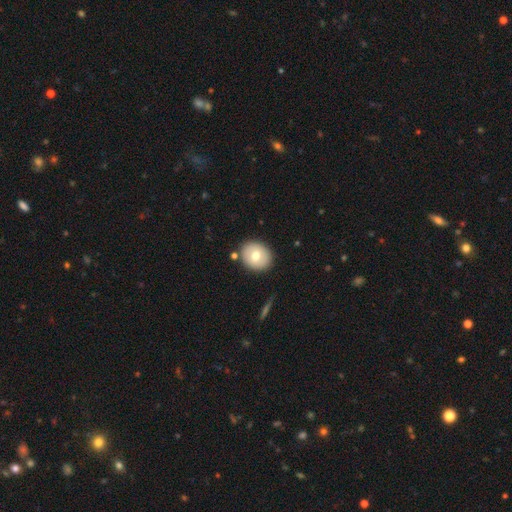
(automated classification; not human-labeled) Smooth or featured?
  - smooth: 68% *
  - featured or disk: 24%
  - star or artifact: 8%
How rounded?
  - round: 66% *
  - in between: 33%
  - cigar-shaped: 1%
Merging?
  - none: 85% *
  - minor disturbance: 9%
  - merger: 4%
  - major disturbance: 2%